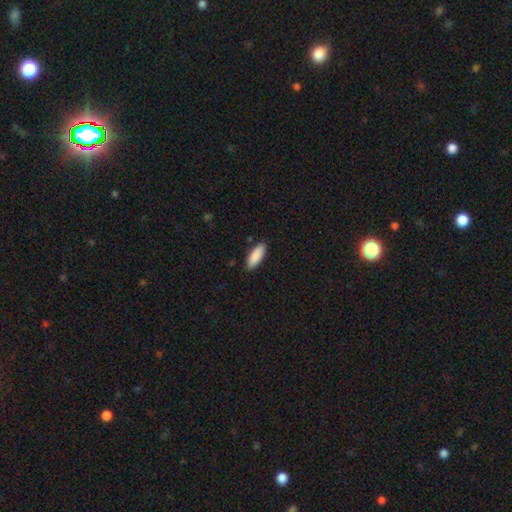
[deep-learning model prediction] smooth-or-featured: smooth: 90% | star or artifact: 6% | featured or disk: 5%
  how-rounded: in between: 71% | cigar-shaped: 28% | round: 1%
  merging: none: 87% | minor disturbance: 10% | major disturbance: 2% | merger: 1%